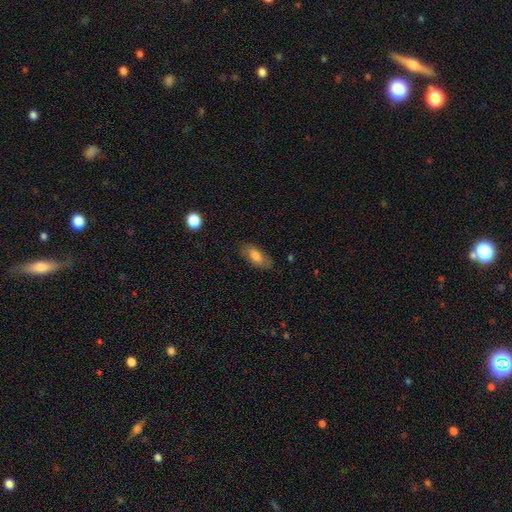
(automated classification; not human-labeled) smooth-or-featured: smooth: 71% | featured or disk: 22% | star or artifact: 7%
  how-rounded: in between: 85% | cigar-shaped: 12% | round: 3%
  merging: none: 80% | minor disturbance: 15% | major disturbance: 4% | merger: 1%